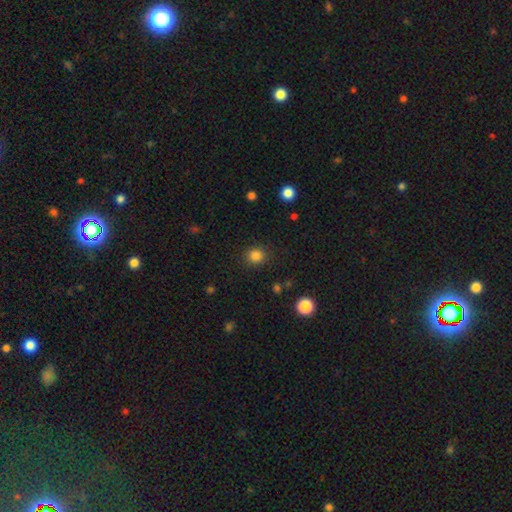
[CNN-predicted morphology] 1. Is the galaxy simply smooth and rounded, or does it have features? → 83% smooth, 12% star or artifact, 5% featured or disk.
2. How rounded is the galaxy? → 83% round, 16% in between, 1% cigar-shaped.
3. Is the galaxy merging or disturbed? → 88% none, 8% minor disturbance, 3% major disturbance, 1% merger.